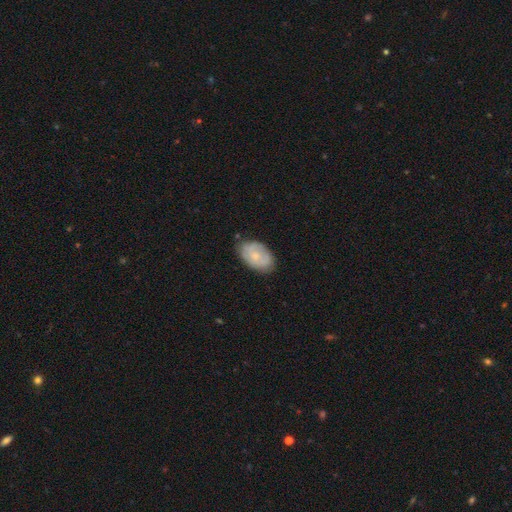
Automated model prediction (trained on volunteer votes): Overall: smooth (51%; featured or disk 42%). How rounded: in between (90%). Merging: none (72%).